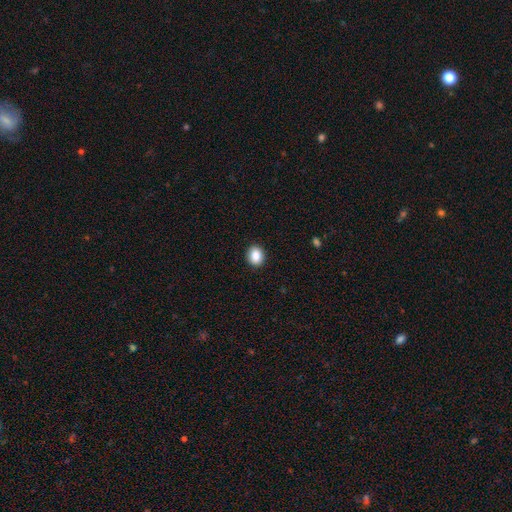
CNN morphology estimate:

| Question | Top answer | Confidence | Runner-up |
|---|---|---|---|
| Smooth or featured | smooth | 87% | star or artifact (9%) |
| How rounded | round | 51% | in between (48%) |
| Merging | none | 91% | minor disturbance (6%) |